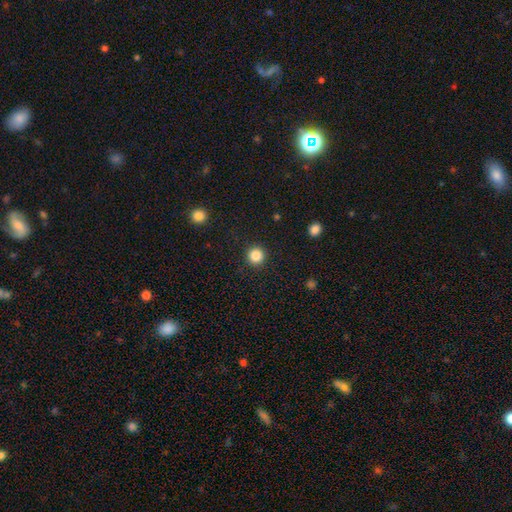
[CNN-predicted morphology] Smooth or featured? smooth (85%)
How rounded? round (95%)
Merging? none (92%)